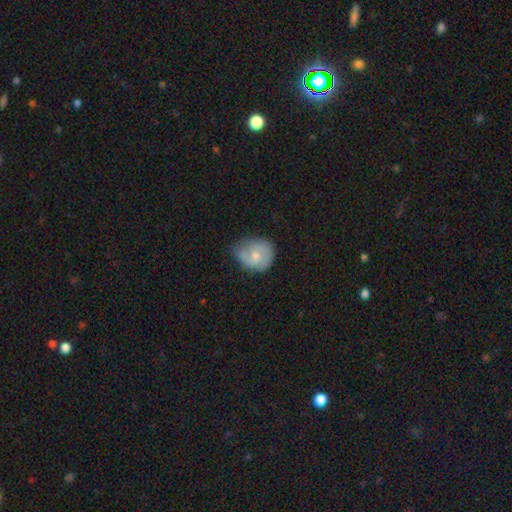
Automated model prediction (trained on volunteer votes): Smooth or featured?
  - smooth: 59% *
  - featured or disk: 34%
  - star or artifact: 7%
How rounded?
  - round: 67% *
  - in between: 32%
  - cigar-shaped: 1%
Merging?
  - none: 45% *
  - minor disturbance: 40%
  - major disturbance: 13%
  - merger: 2%